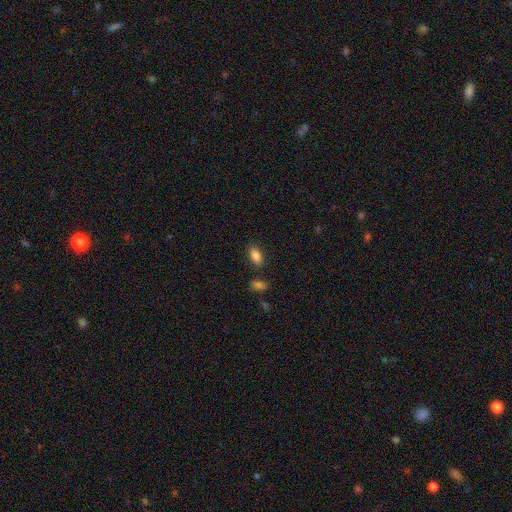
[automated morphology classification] Overall: smooth (86%). How rounded: in between (91%). Merging: none (82%).